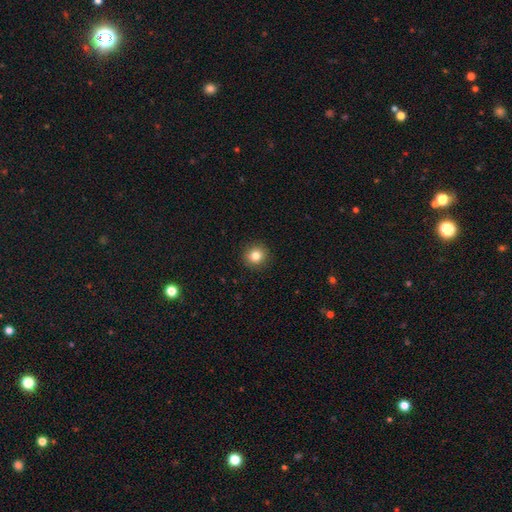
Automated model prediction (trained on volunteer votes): smooth-or-featured: smooth: 82% | star or artifact: 11% | featured or disk: 7%
  how-rounded: round: 92% | in between: 7% | cigar-shaped: 1%
  merging: none: 92% | minor disturbance: 5% | major disturbance: 2% | merger: 1%